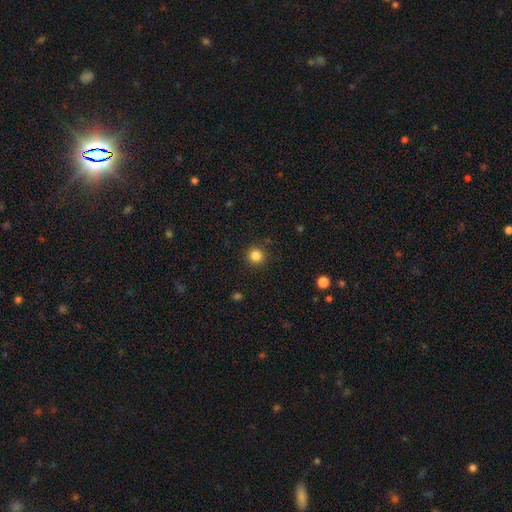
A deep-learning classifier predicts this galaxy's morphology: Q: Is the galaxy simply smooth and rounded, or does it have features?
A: smooth — 84%.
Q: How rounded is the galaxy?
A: round — 94%.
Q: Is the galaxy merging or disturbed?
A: none — 91%.